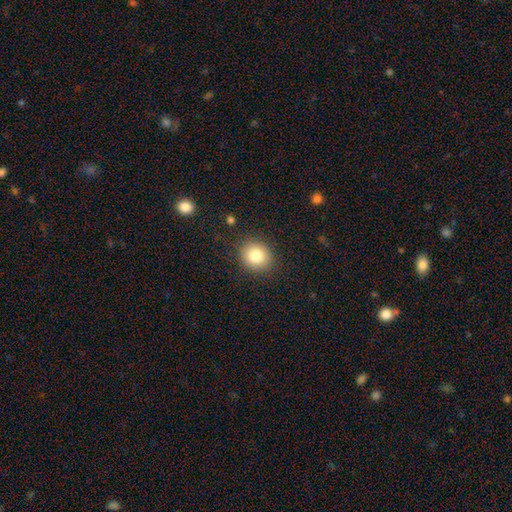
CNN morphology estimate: smooth-or-featured: smooth: 82% | star or artifact: 10% | featured or disk: 8%
  how-rounded: round: 76% | in between: 23% | cigar-shaped: 1%
  merging: none: 88% | minor disturbance: 8% | major disturbance: 3% | merger: 1%